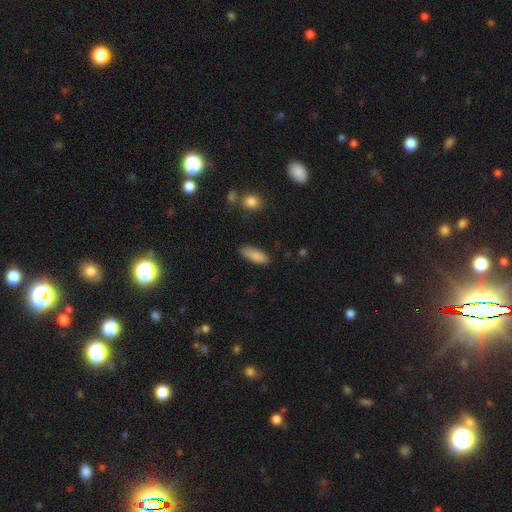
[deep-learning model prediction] This is clearly a smooth galaxy (87%). How rounded: likely in between (69%). Merging: clearly none (82%).